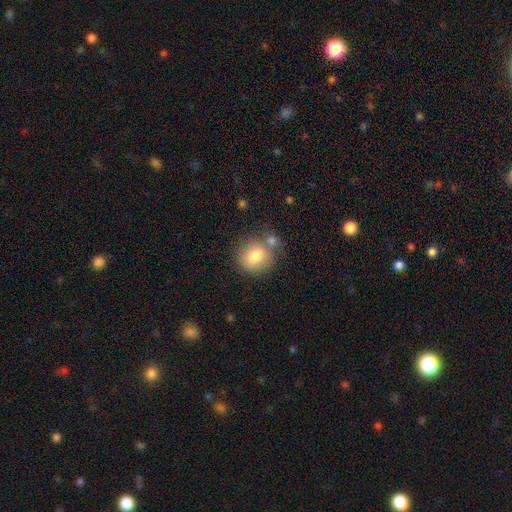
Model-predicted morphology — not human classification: type=smooth (79%); roundness=round (84%); merging=none (59%).